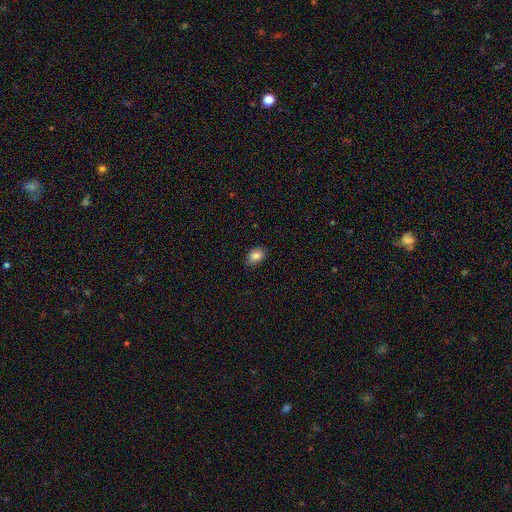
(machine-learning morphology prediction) Smooth or featured? smooth (85%)
How rounded? in between (76%)
Merging? none (83%)